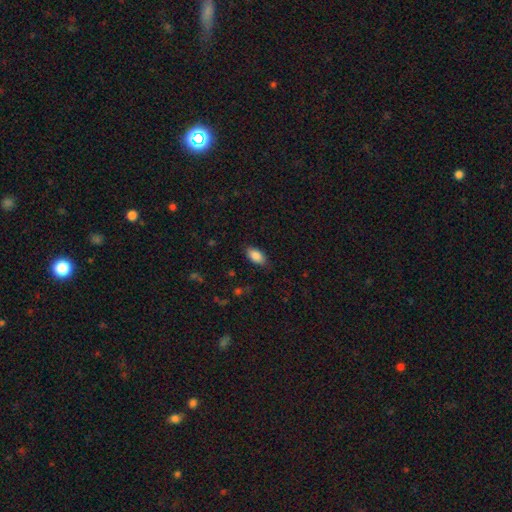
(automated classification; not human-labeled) Morphology: type=smooth (87%); roundness=in between (92%); merging=none (82%).